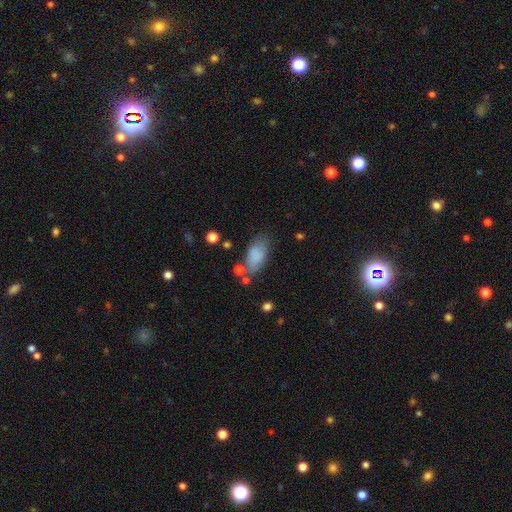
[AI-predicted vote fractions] Overall: smooth (81%). How rounded: in between (90%). Merging: none (64%).